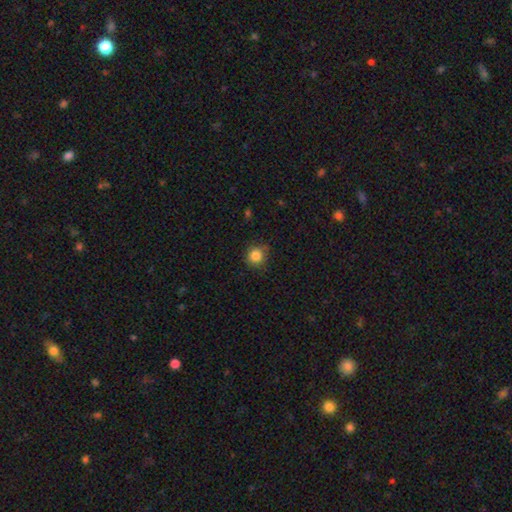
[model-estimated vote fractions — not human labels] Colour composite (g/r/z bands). It shows a smooth galaxy with no disk features (84%) that is round (90%). Merging: none (80%).